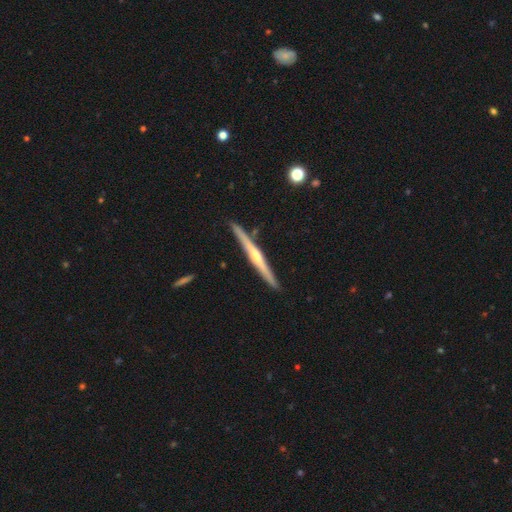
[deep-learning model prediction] featured or disk 73%, smooth 22%, star or artifact 5%. Down the decision tree: edge-on disk — yes (98%); edge-on bulge — rounded (74%); merging — none (90%).